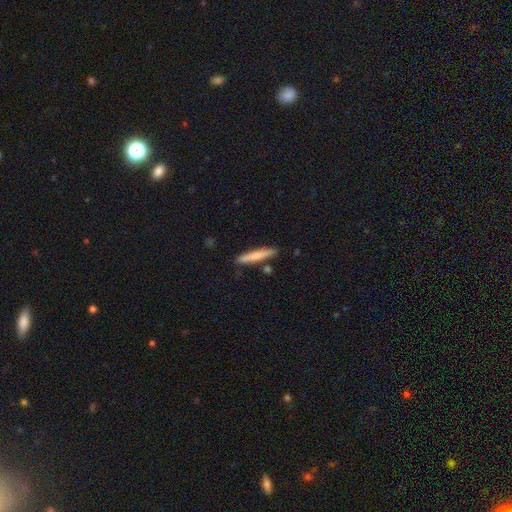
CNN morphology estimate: smooth 71%, featured or disk 23%, star or artifact 6%. Down the decision tree: how rounded — cigar-shaped (93%); merging — none (84%).